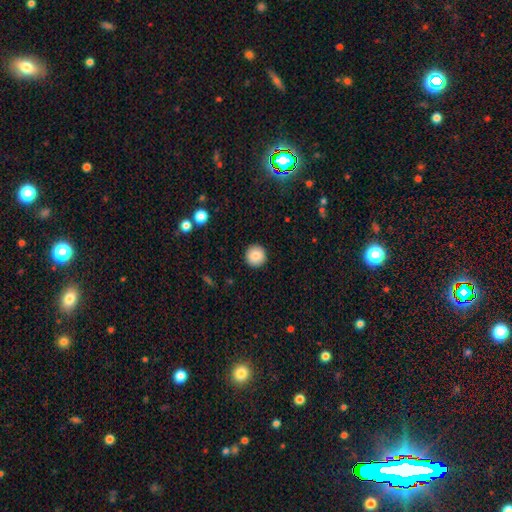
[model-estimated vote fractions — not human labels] Q: Smooth or featured?
A: smooth (86%); runner-up: star or artifact (9%)
Q: How rounded?
A: round (95%); runner-up: in between (4%)
Q: Merging?
A: none (92%); runner-up: minor disturbance (5%)